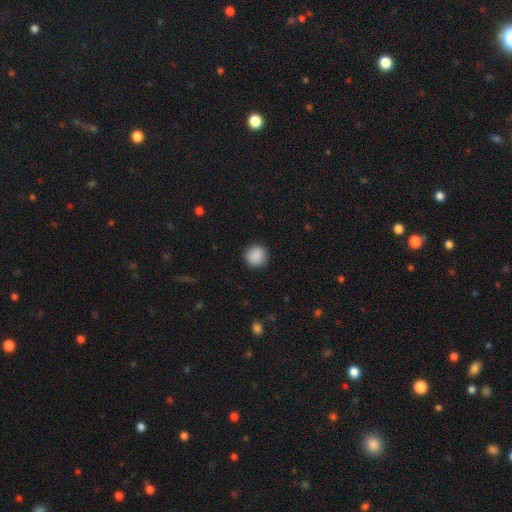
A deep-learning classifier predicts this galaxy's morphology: A smooth galaxy with no disk features (90%) that is round (94%). Merging: none (92%).